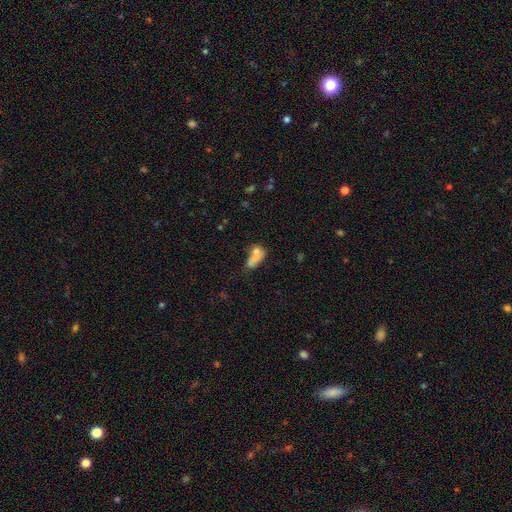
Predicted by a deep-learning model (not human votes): Smooth or featured? Predicted: smooth (p=0.66). How rounded? Predicted: in between (p=0.76). Merging? Predicted: merger (p=0.40).